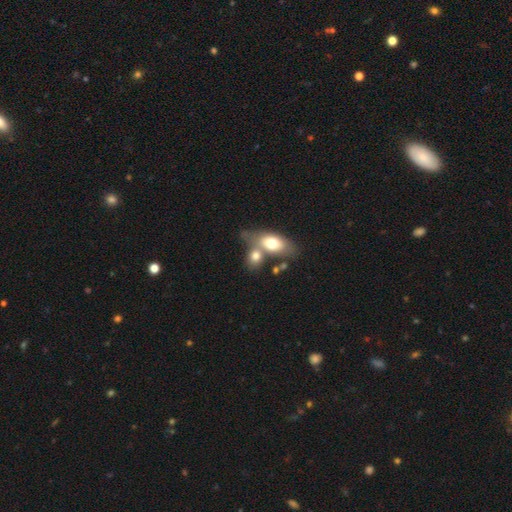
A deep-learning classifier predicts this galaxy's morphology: A smooth galaxy with no disk features (73%) that is in between round and cigar-shaped (73%).

Vote fractions:
- Smooth or featured? smooth: 73% / featured or disk: 20% / star or artifact: 7%
- How rounded? in between: 73% / round: 22% / cigar-shaped: 5%
- Merging? merger: 53% / none: 32% / minor disturbance: 10% / major disturbance: 5%